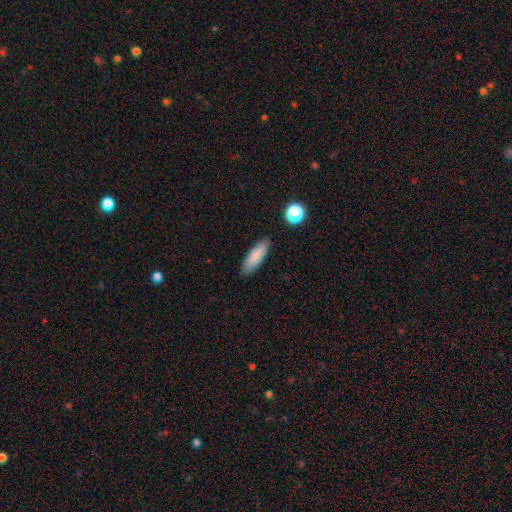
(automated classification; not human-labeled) Smooth or featured: smooth — 85% (featured or disk — 8%)
How rounded: cigar-shaped — 52% (in between — 46%)
Merging: none — 88% (minor disturbance — 9%)